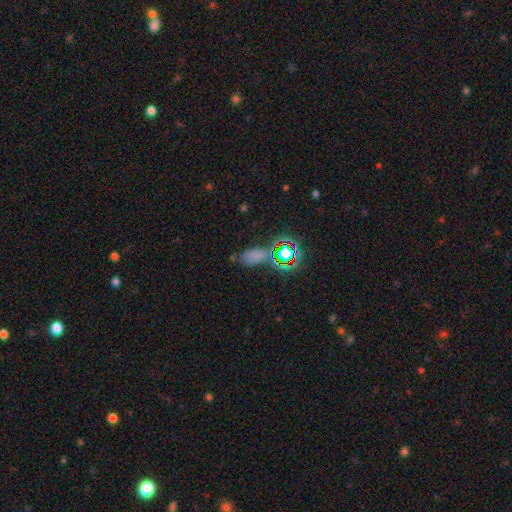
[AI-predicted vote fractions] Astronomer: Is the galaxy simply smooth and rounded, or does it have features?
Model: smooth — 58% (runner-up: star or artifact, 33%).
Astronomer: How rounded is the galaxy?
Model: in between — 87%.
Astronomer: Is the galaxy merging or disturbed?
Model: none — 62%.